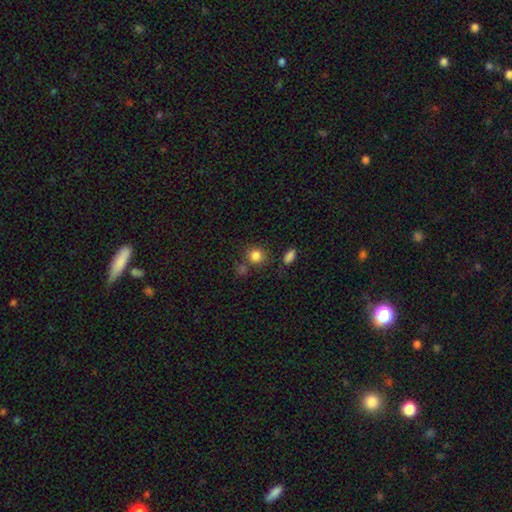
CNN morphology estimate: smooth_or_featured: smooth (p=0.83) [alt: star or artifact p=0.11]
how_rounded: round (p=0.84) [alt: in between p=0.15]
merging: none (p=0.72) [alt: merger p=0.12]